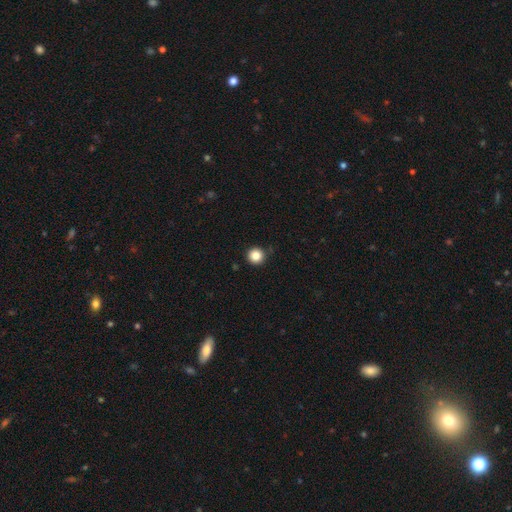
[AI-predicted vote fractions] The model was most divided on "smooth or featured": smooth: 85%, star or artifact: 11%, featured or disk: 4%. More confident: how rounded — round (96%); merging — none (91%).